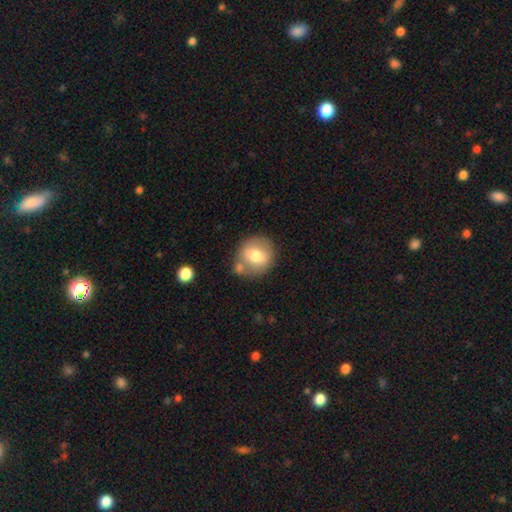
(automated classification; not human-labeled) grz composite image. It shows a smooth galaxy with no disk features (70%) that is round (83%). Merging: none (65%).